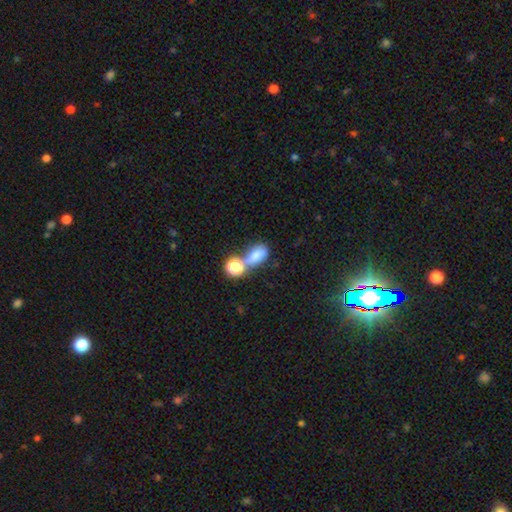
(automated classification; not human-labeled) Overall: smooth (74%). How rounded: in between (77%). Merging: merger (47%; none 30%).